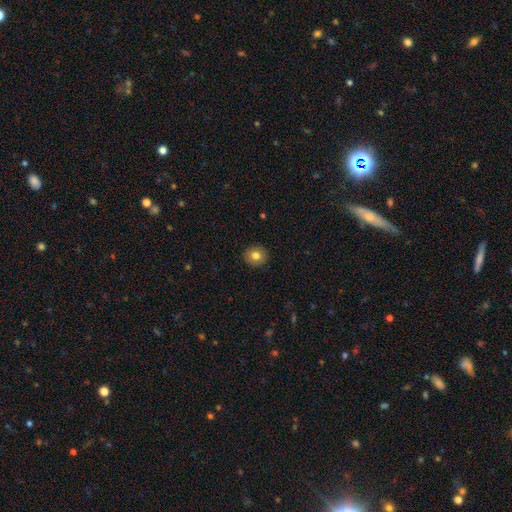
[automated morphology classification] Smooth or featured? Predicted: smooth (p=0.80). How rounded? Predicted: round (p=0.82). Merging? Predicted: none (p=0.91).